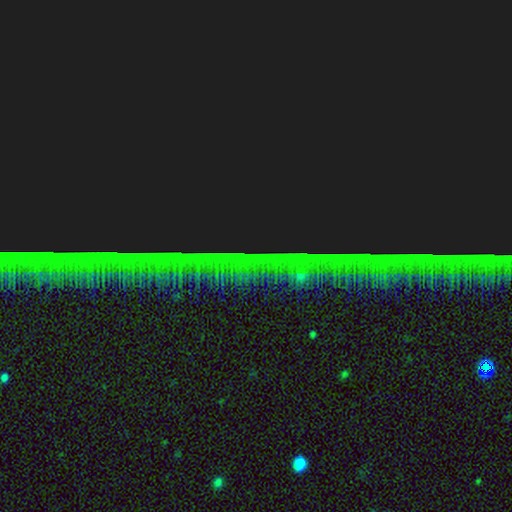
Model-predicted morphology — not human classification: A star or artifact, not a galaxy (84%).

Vote fractions:
- Smooth or featured? star or artifact: 84% / featured or disk: 9% / smooth: 7%